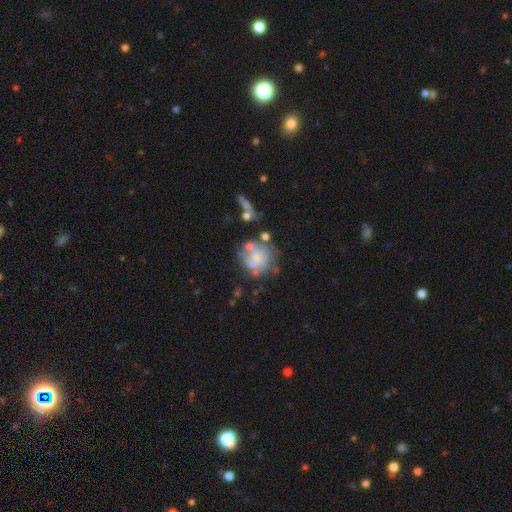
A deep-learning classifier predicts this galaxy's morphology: smooth-or-featured: featured or disk: 56% | smooth: 32% | star or artifact: 12%
  disk-edge-on: no: 97% | yes: 3%
    bar: no: 82% | weak: 15% | strong: 3%
    has-spiral-arms: no: 61% | yes: 39%
    bulge-size: small: 35% | none: 30% | moderate: 28% | large: 5% | dominant: 2%
  merging: none: 46% | minor disturbance: 21% | major disturbance: 18% | merger: 15%